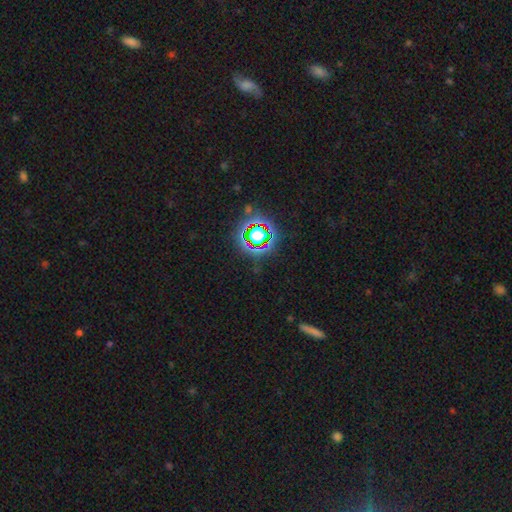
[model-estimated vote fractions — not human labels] Smooth or featured? Predicted: star or artifact (p=0.77).